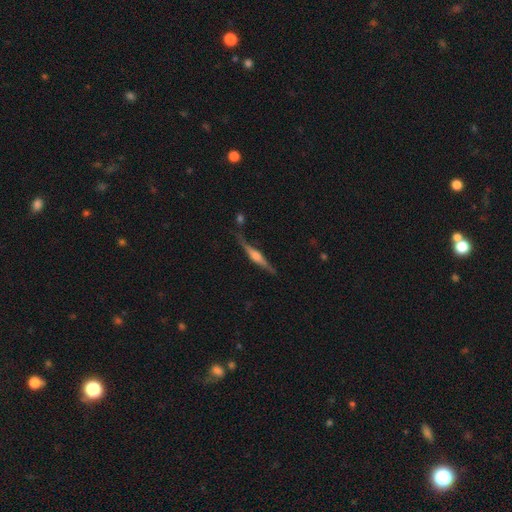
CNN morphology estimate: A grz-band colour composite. It shows a featured or disk galaxy (75%) viewed edge-on (97%) with a rounded central bulge (79%). Merging: none (74%).